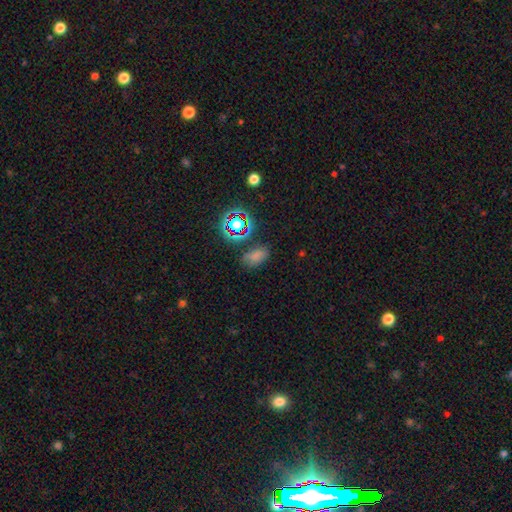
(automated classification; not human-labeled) smooth_or_featured: smooth (p=0.67) [alt: star or artifact p=0.25]
how_rounded: in between (p=0.88) [alt: round p=0.09]
merging: none (p=0.73) [alt: minor disturbance p=0.17]